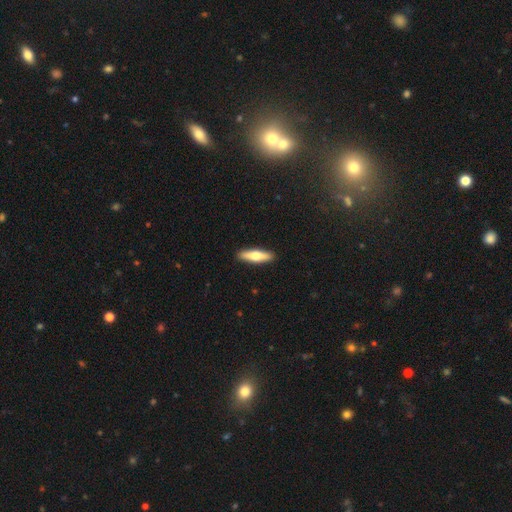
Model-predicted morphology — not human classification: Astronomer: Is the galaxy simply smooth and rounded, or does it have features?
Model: smooth — 59% (runner-up: featured or disk, 36%).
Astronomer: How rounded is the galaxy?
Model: cigar-shaped — 70%.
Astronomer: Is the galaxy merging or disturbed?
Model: none — 91%.